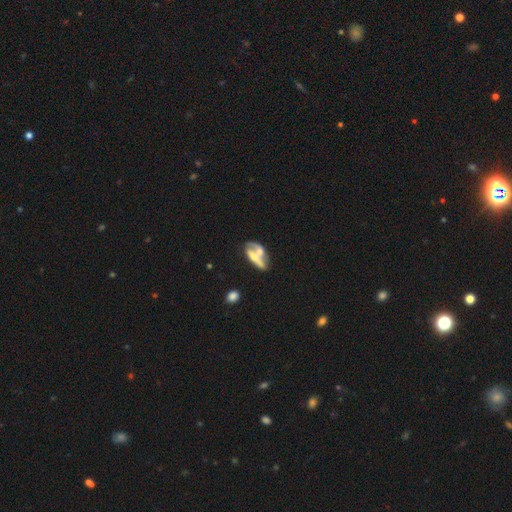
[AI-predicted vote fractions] A featured or disk galaxy (53%).

Vote fractions:
- Smooth or featured? featured or disk: 53% / smooth: 39% / star or artifact: 8%
- Edge-on disk? no: 76% / yes: 24%
- Merging? merger: 55% / none: 22% / major disturbance: 12% / minor disturbance: 11%